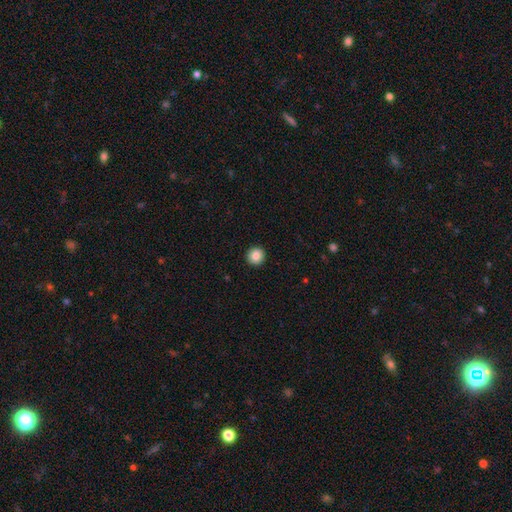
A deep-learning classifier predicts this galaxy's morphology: Smooth or featured?
  - smooth: 85% *
  - star or artifact: 9%
  - featured or disk: 6%
How rounded?
  - round: 96% *
  - in between: 3%
  - cigar-shaped: 1%
Merging?
  - none: 94% *
  - minor disturbance: 4%
  - major disturbance: 1%
  - merger: 1%